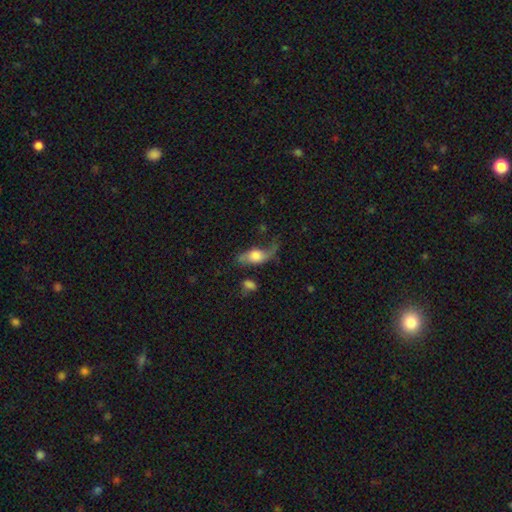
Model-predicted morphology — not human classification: Smooth or featured? Predicted: featured or disk (p=0.47). Merging? Predicted: none (p=0.36).